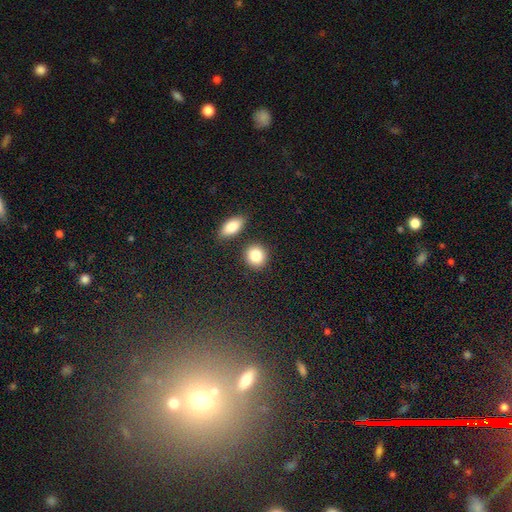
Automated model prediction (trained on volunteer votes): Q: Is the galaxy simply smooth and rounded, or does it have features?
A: smooth — 85%.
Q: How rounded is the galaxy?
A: round — 80%.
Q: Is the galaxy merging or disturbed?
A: none — 82%.